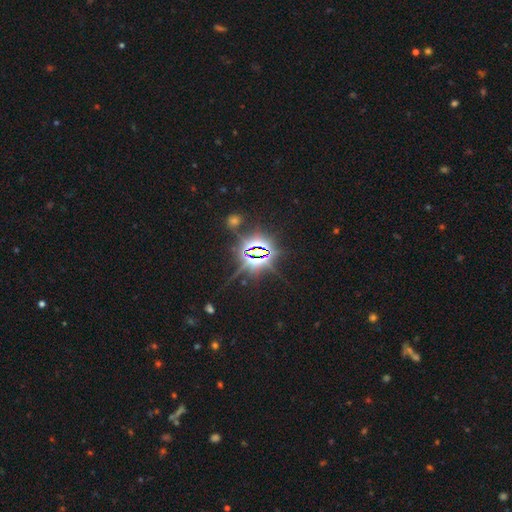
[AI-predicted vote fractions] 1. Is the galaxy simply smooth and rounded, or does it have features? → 84% star or artifact, 9% featured or disk, 8% smooth.